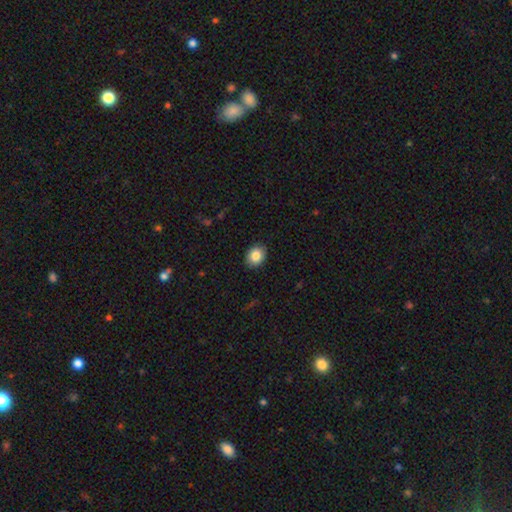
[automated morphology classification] Smooth or featured? Predicted: smooth (p=0.85). How rounded? Predicted: round (p=0.54). Merging? Predicted: none (p=0.90).